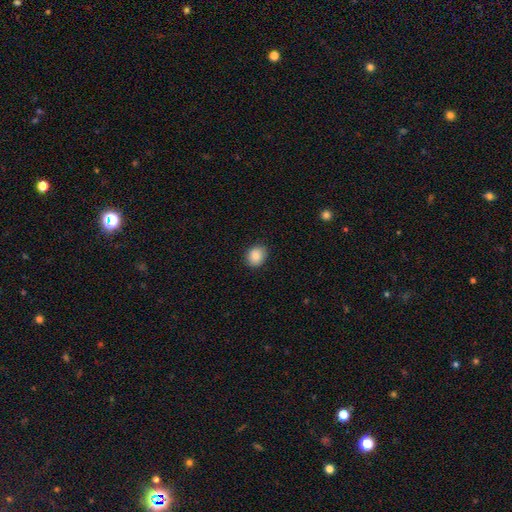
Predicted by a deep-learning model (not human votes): Smooth or featured: smooth — 88% (star or artifact — 8%)
How rounded: round — 61% (in between — 38%)
Merging: none — 87% (minor disturbance — 10%)